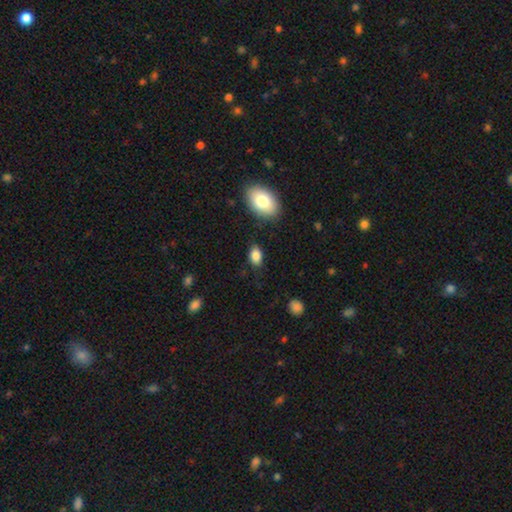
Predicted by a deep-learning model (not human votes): The model was most divided on "merging": none: 81%, minor disturbance: 14%, major disturbance: 3%, merger: 2%. More confident: how rounded — in between (87%); smooth or featured — smooth (86%).